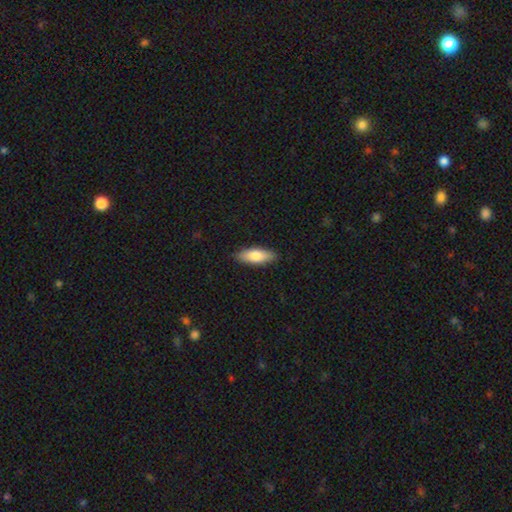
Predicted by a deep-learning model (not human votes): Smooth or featured?
  - smooth: 80% *
  - featured or disk: 14%
  - star or artifact: 5%
How rounded?
  - in between: 67% *
  - cigar-shaped: 31%
  - round: 2%
Merging?
  - none: 88% *
  - minor disturbance: 9%
  - major disturbance: 2%
  - merger: 1%